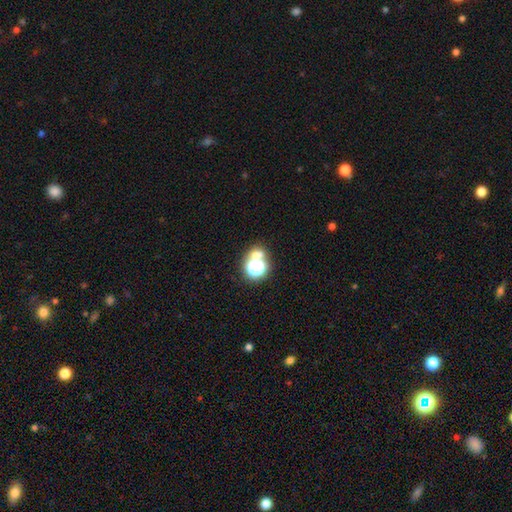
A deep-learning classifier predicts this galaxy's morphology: Smooth or featured?
  - smooth: 49% *
  - star or artifact: 41%
  - featured or disk: 10%
Merging?
  - none: 57% *
  - merger: 28%
  - minor disturbance: 9%
  - major disturbance: 6%